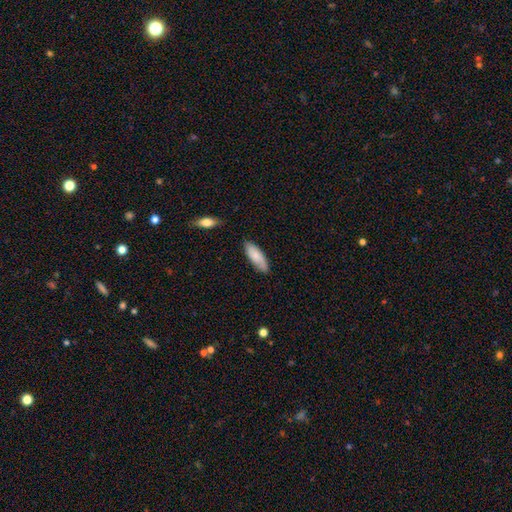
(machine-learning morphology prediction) A smooth galaxy with no disk features (80%) that is in between round and cigar-shaped (68%). Merging: none (79%).